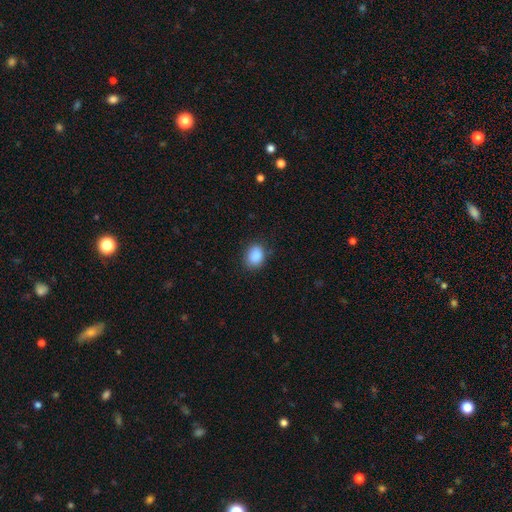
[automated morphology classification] A smooth galaxy with no disk features (88%) that is in between round and cigar-shaped (57%).

Vote fractions:
- Smooth or featured? smooth: 88% / star or artifact: 8% / featured or disk: 4%
- How rounded? in between: 57% / round: 42% / cigar-shaped: 1%
- Merging? none: 82% / minor disturbance: 14% / major disturbance: 3% / merger: 1%